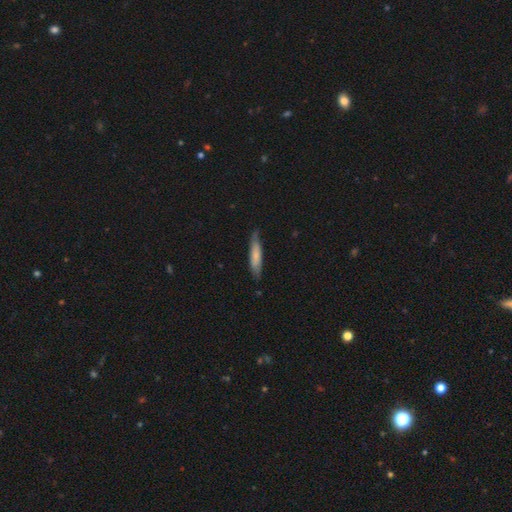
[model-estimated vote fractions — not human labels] A smooth galaxy with no disk features (71%) that is cigar-shaped (78%).

Vote fractions:
- Smooth or featured? smooth: 71% / featured or disk: 23% / star or artifact: 5%
- How rounded? cigar-shaped: 78% / in between: 20% / round: 1%
- Merging? none: 76% / minor disturbance: 19% / major disturbance: 3% / merger: 1%